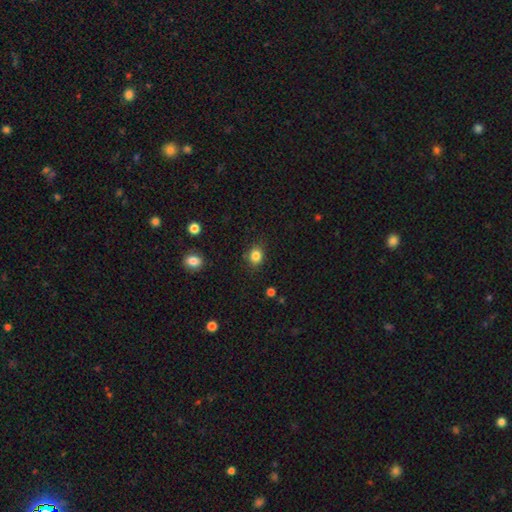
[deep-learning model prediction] This is clearly a smooth galaxy (84%). How rounded: likely round (63%). Merging: clearly none (84%).